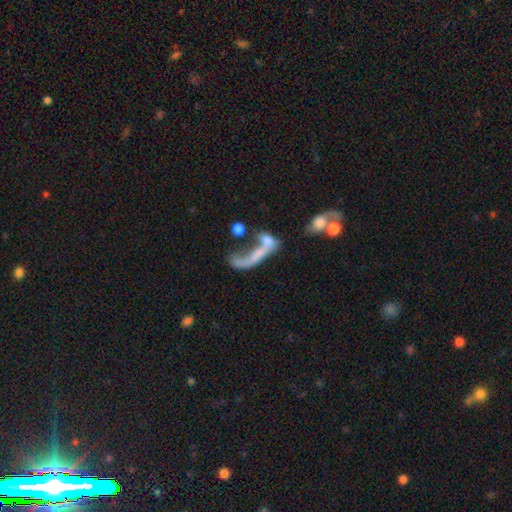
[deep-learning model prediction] Smooth or featured? Predicted: smooth (p=0.45). Merging? Predicted: merger (p=0.50).